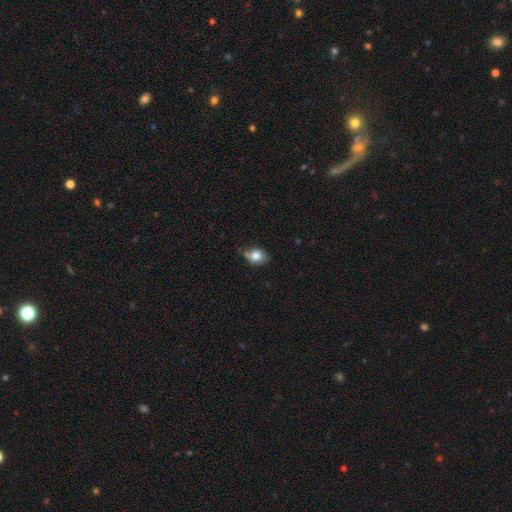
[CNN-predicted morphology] A smooth galaxy with no disk features (80%) that is round (50%). Merging: none (53%).